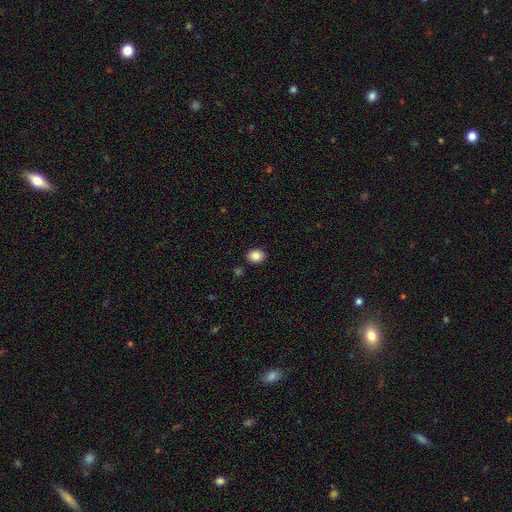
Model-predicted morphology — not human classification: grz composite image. It shows a smooth galaxy with no disk features (85%) that is round (58%). Merging: none (88%).